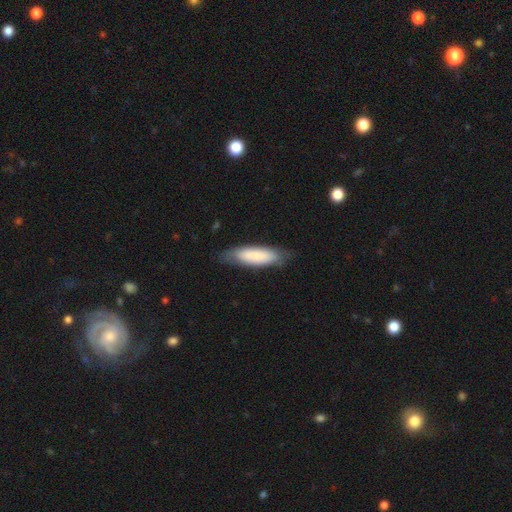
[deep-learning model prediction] Smooth or featured? smooth (78%)
How rounded? cigar-shaped (56%)
Merging? none (76%)